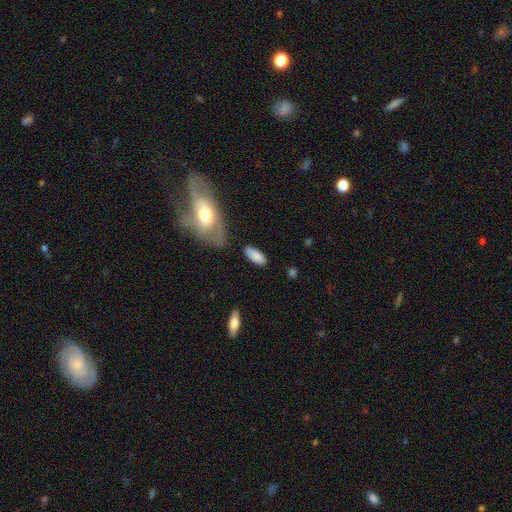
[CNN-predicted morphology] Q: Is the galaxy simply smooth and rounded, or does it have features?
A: smooth — 84%.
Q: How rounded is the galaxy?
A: in between — 84%.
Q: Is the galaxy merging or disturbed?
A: none — 77%.